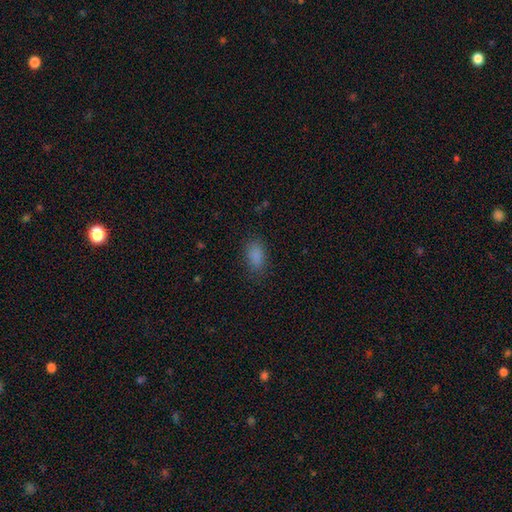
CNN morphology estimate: The model was most divided on "merging": none: 81%, minor disturbance: 13%, major disturbance: 4%, merger: 1%. More confident: how rounded — in between (89%); smooth or featured — smooth (85%).